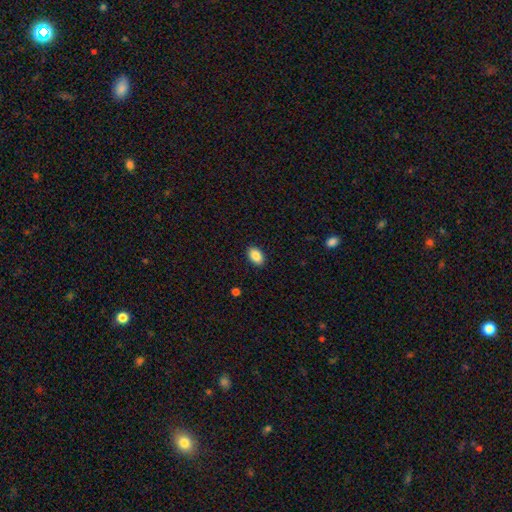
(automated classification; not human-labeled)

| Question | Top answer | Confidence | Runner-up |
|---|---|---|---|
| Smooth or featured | smooth | 88% | star or artifact (7%) |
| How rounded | in between | 90% | round (9%) |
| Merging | none | 90% | minor disturbance (7%) |